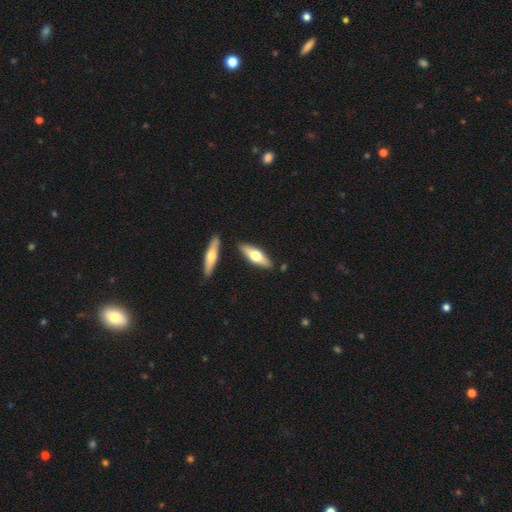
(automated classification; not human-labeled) A smooth galaxy with no disk features (52%) that is cigar-shaped (52%). Merging: none (84%).